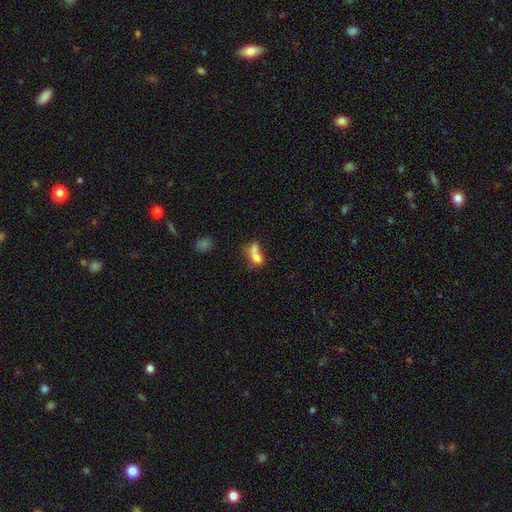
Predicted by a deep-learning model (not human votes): A smooth galaxy with no disk features (71%) that is in between round and cigar-shaped (68%). Merging: merger (70%).